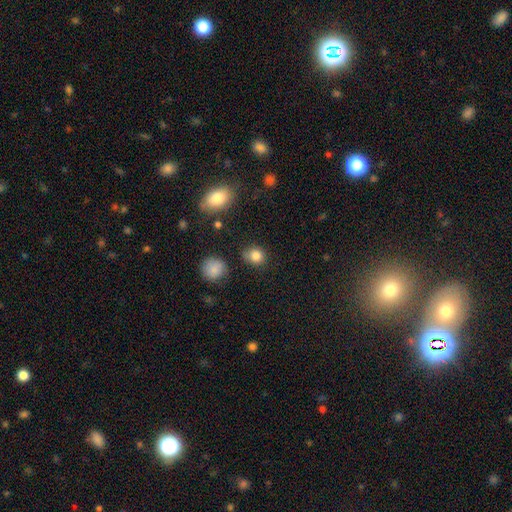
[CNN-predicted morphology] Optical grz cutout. It shows a smooth galaxy with no disk features (83%) that is round (78%). Merging: none (80%).